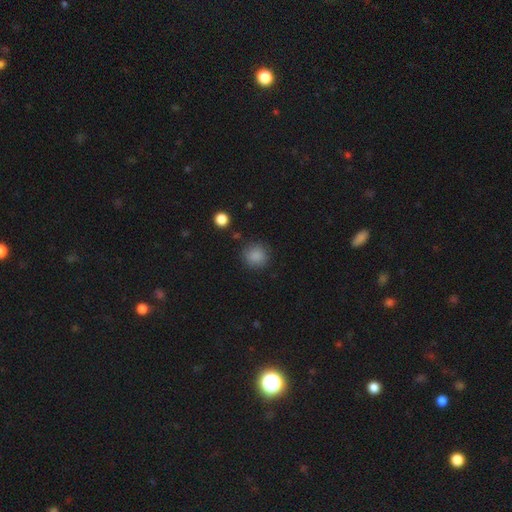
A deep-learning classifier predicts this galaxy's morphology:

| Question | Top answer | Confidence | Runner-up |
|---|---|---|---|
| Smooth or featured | smooth | 86% | star or artifact (10%) |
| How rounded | round | 90% | in between (9%) |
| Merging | none | 85% | minor disturbance (10%) |